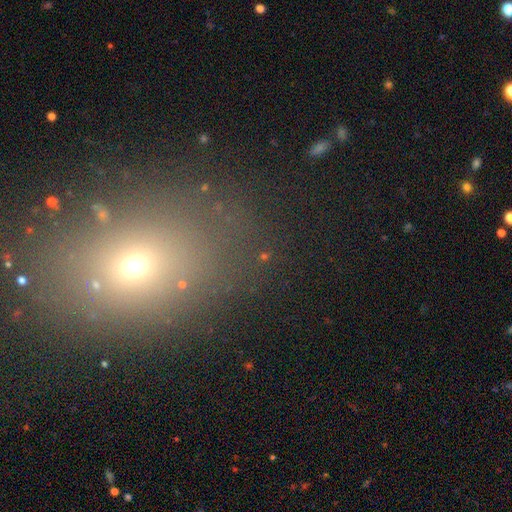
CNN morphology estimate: smooth_or_featured: smooth (p=0.54) [alt: star or artifact p=0.33]
how_rounded: in between (p=0.58) [alt: round p=0.39]
merging: none (p=0.81) [alt: minor disturbance p=0.10]